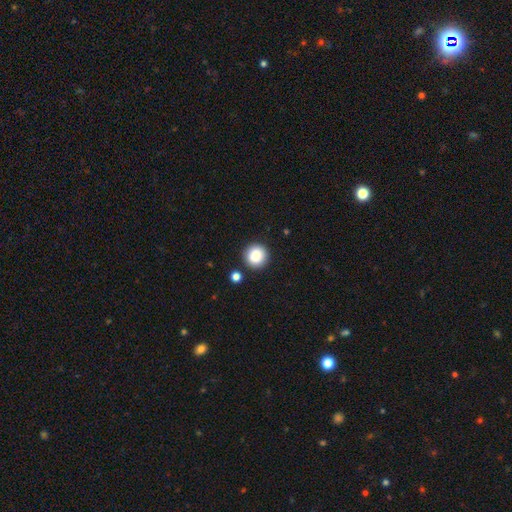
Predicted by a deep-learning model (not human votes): smooth-or-featured: smooth: 87% | star or artifact: 9% | featured or disk: 4%
  how-rounded: round: 94% | in between: 5% | cigar-shaped: 1%
  merging: none: 88% | minor disturbance: 6% | merger: 3% | major disturbance: 2%